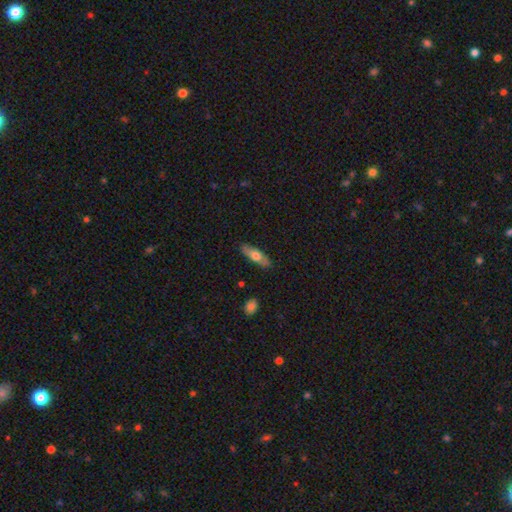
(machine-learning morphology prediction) This appears to be a smooth galaxy with no disk features (62%) that is in between round and cigar-shaped (51%). Merging: none (87%).